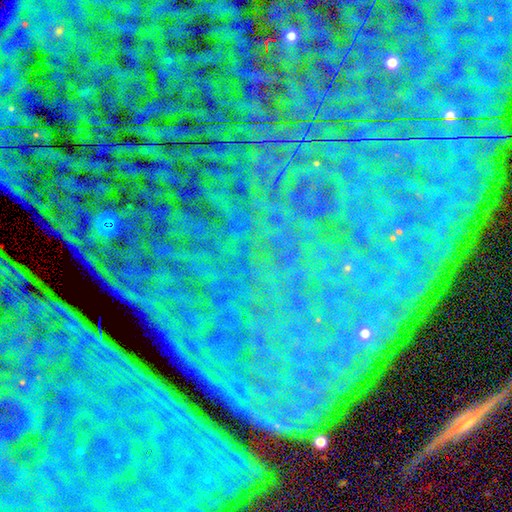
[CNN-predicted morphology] smooth_or_featured: star or artifact (p=0.86) [alt: featured or disk p=0.07]